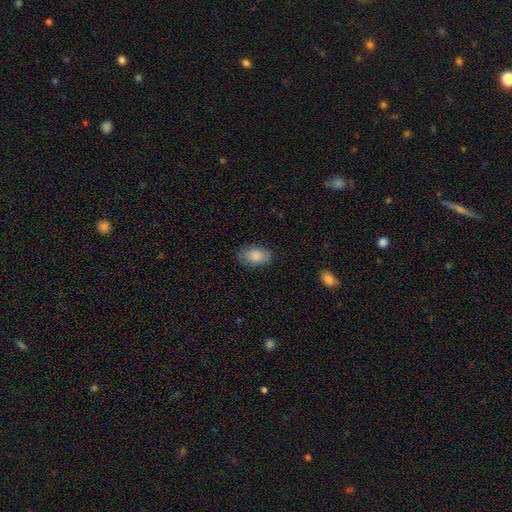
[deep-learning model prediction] A smooth galaxy with no disk features (86%) that is in between round and cigar-shaped (89%). Merging: none (79%).